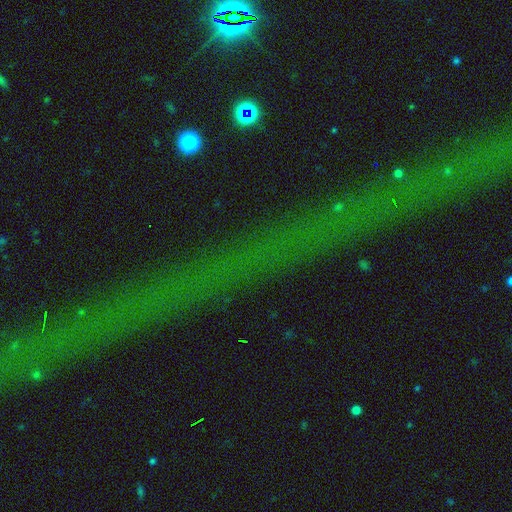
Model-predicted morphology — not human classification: A star or artifact, not a galaxy (71%).